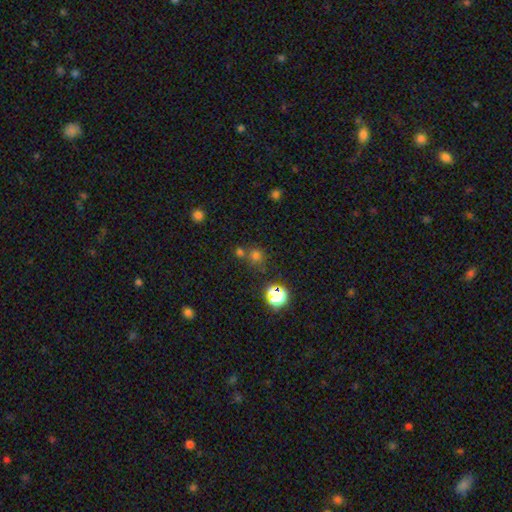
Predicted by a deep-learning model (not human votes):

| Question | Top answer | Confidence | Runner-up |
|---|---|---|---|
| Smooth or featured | smooth | 62% | star or artifact (30%) |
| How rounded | round | 86% | in between (13%) |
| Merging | none | 60% | merger (26%) |